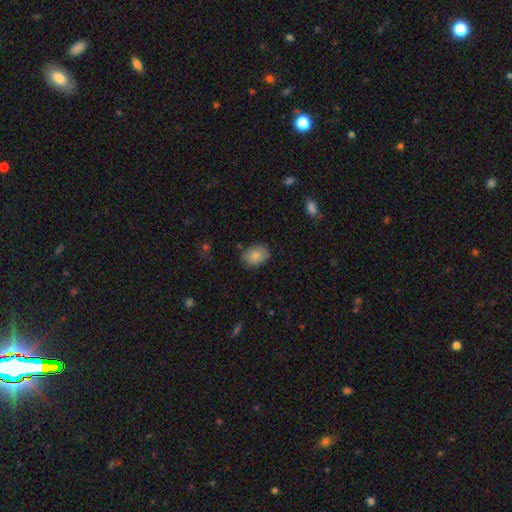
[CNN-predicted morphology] This appears to be a smooth galaxy with no disk features (85%) that is in between round and cigar-shaped (77%). Merging: none (81%).